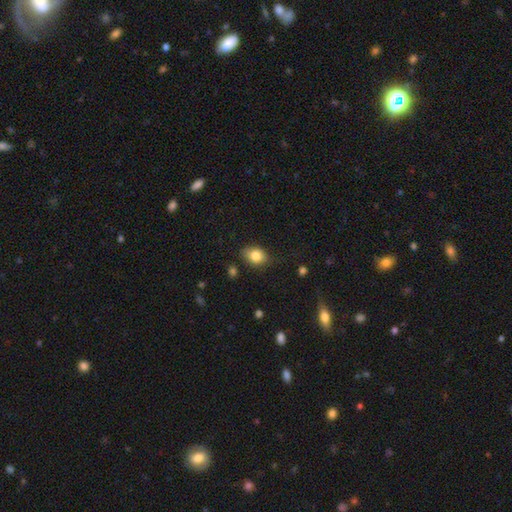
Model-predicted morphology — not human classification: Smooth or featured? smooth (81%)
How rounded? in between (66%)
Merging? none (73%)